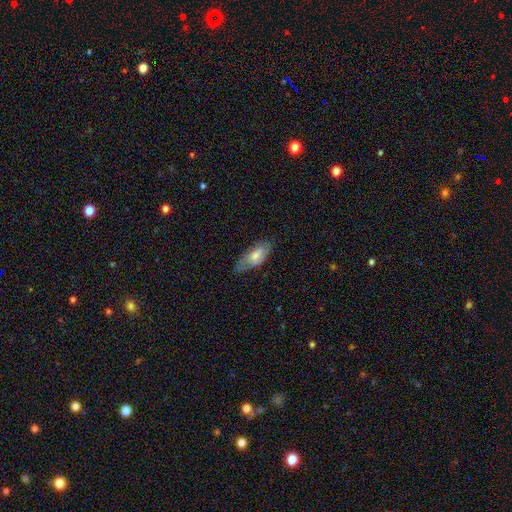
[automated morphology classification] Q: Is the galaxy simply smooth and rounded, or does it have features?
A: smooth — 63%.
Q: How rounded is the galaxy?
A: in between — 80%.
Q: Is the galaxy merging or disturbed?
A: none — 64%.